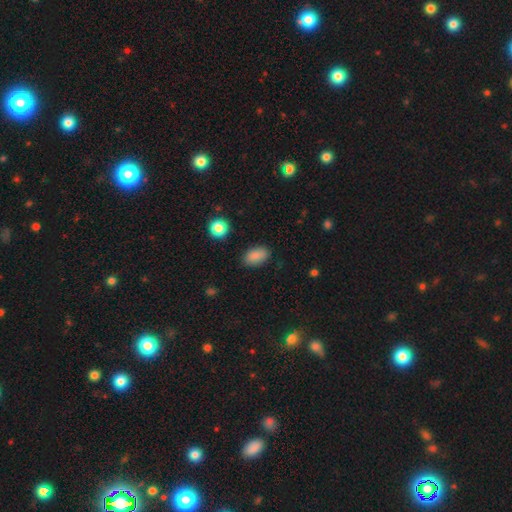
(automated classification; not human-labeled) smooth_or_featured: smooth (p=0.87) [alt: star or artifact p=0.09]
how_rounded: in between (p=0.90) [alt: round p=0.08]
merging: none (p=0.85) [alt: minor disturbance p=0.11]